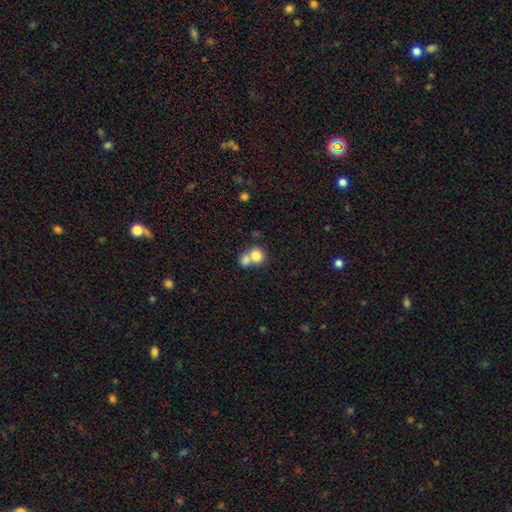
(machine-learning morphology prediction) Smooth or featured: smooth — 79% (featured or disk — 12%)
How rounded: round — 81% (in between — 18%)
Merging: merger — 59% (none — 32%)